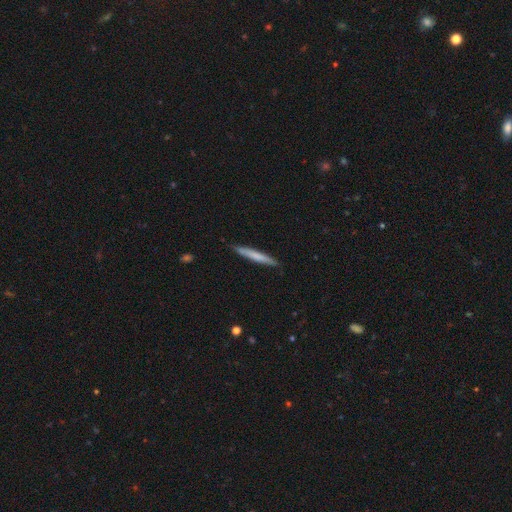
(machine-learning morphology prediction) Q: Smooth or featured?
A: smooth (66%); runner-up: featured or disk (29%)
Q: How rounded?
A: cigar-shaped (96%); runner-up: in between (3%)
Q: Merging?
A: none (88%); runner-up: minor disturbance (9%)